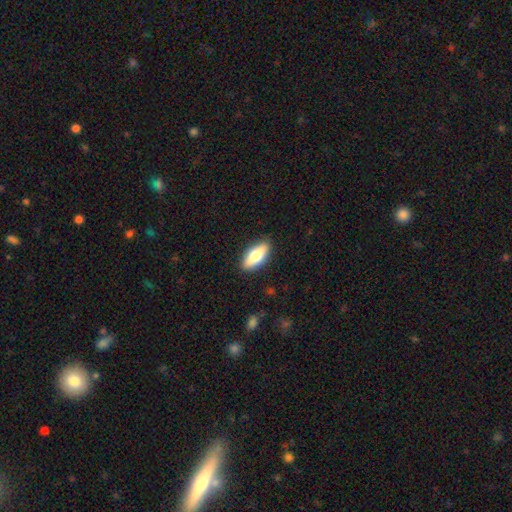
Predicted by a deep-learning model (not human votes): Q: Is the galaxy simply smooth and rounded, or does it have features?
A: smooth — 66%.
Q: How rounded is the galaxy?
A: in between — 74%.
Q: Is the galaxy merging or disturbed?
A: none — 88%.